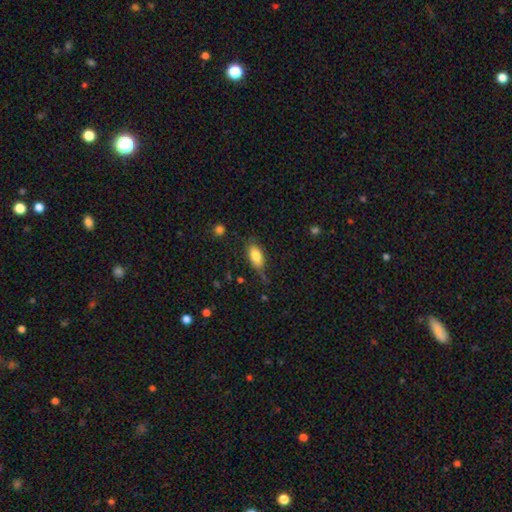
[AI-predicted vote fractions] Smooth or featured?
  - smooth: 79% *
  - featured or disk: 13%
  - star or artifact: 7%
How rounded?
  - in between: 88% *
  - cigar-shaped: 8%
  - round: 4%
Merging?
  - none: 63% *
  - minor disturbance: 27%
  - major disturbance: 8%
  - merger: 3%